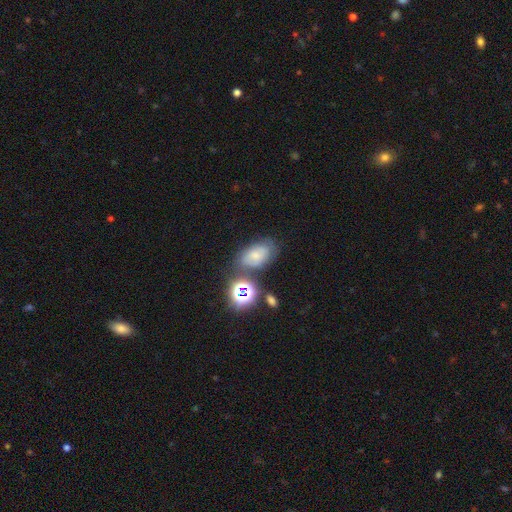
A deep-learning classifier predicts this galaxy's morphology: smooth-or-featured: smooth: 57% | star or artifact: 23% | featured or disk: 21%
  how-rounded: in between: 84% | round: 14% | cigar-shaped: 2%
  merging: none: 61% | minor disturbance: 20% | merger: 11% | major disturbance: 8%